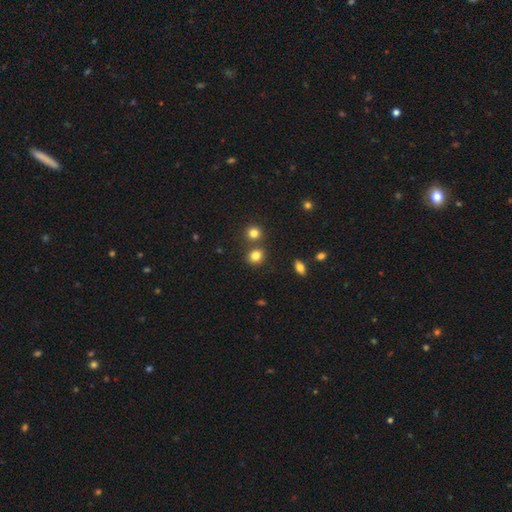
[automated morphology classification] A smooth galaxy with no disk features (81%) that is round (74%). Merging: none (71%).